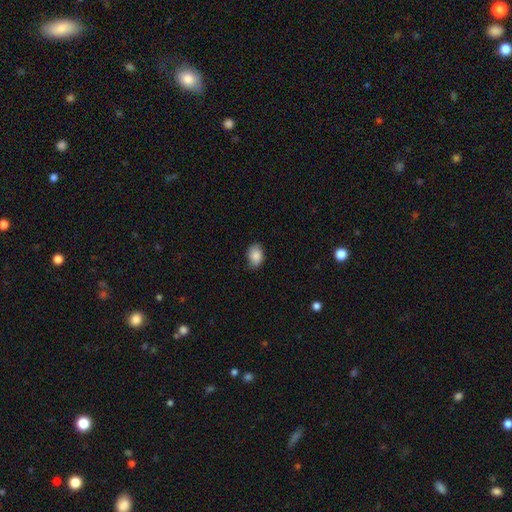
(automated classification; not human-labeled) Smooth or featured? Predicted: smooth (p=0.87). How rounded? Predicted: in between (p=0.79). Merging? Predicted: none (p=0.81).